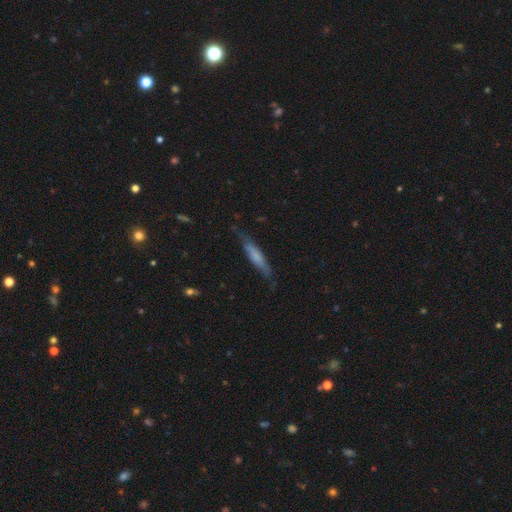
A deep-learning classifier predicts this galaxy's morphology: type=smooth (59%); roundness=cigar-shaped (87%); merging=none (68%).